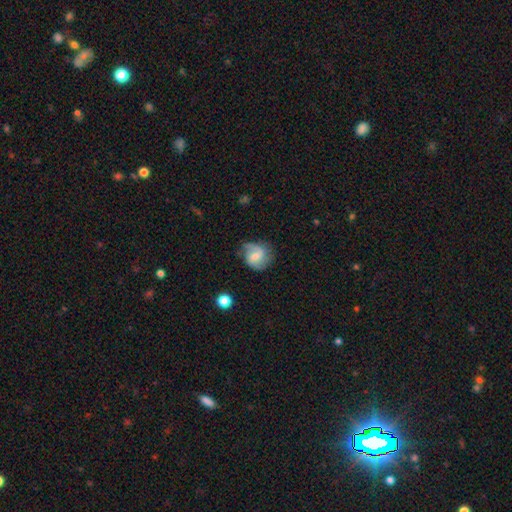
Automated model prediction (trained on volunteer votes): Smooth or featured? Predicted: featured or disk (p=0.69). Edge-on disk? Predicted: no (p=0.98). Bar? Predicted: weak (p=0.53). Spiral arms? Predicted: yes (p=0.93). Spiral winding? Predicted: medium (p=0.47). Spiral arm count? Predicted: 2 (p=0.75). Bulge size? Predicted: small (p=0.44, tied with moderate). Merging? Predicted: none (p=0.64).